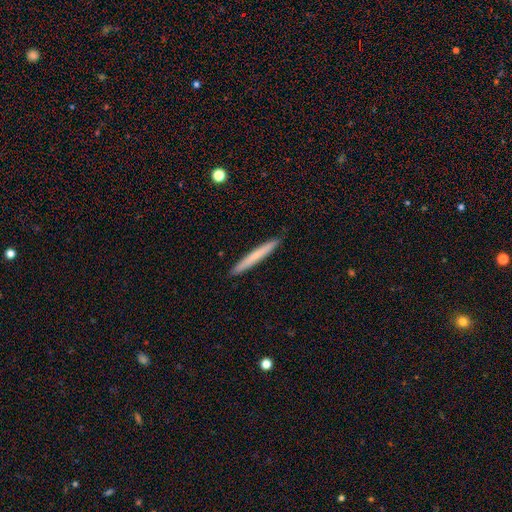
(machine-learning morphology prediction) This is likely a smooth galaxy (64%). How rounded: clearly cigar-shaped (97%). Merging: clearly none (92%).